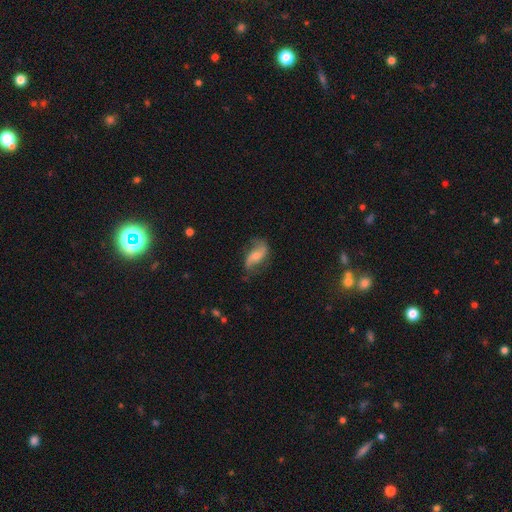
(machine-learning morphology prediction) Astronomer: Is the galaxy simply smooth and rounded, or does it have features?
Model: featured or disk — 73%.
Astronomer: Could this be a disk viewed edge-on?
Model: no — 94%.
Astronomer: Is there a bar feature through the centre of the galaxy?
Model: no — 42% (runner-up: weak, 35%).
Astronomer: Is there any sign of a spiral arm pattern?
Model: yes — 92%.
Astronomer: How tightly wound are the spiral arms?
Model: loose — 72%.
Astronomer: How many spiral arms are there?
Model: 2 — 90%.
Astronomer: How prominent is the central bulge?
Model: moderate — 45% (runner-up: small, 44%).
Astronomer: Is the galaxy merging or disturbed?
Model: none — 70%.